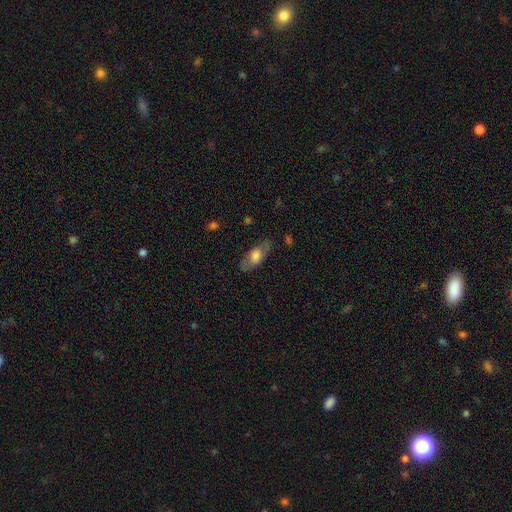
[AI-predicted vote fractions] A smooth galaxy with no disk features (57%) that is in between round and cigar-shaped (81%).

Vote fractions:
- Smooth or featured? smooth: 57% / featured or disk: 36% / star or artifact: 7%
- How rounded? in between: 81% / cigar-shaped: 14% / round: 4%
- Merging? none: 75% / minor disturbance: 17% / major disturbance: 7% / merger: 1%